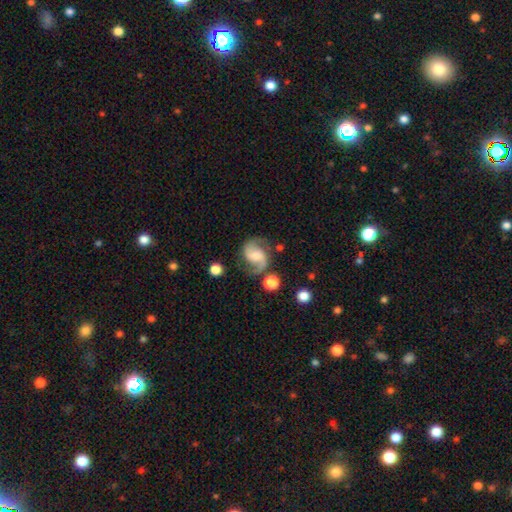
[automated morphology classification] A featured or disk galaxy (85%) with no bar (48%), 2 (92%) medium (54%) spiral arms (97%) and a moderate central bulge (41%).

Vote fractions:
- Smooth or featured? featured or disk: 85% / smooth: 9% / star or artifact: 6%
- Edge-on disk? no: 98% / yes: 2%
- Bar? no: 48% / weak: 41% / strong: 11%
- Spiral arms? yes: 97% / no: 3%
- Spiral winding? medium: 54% / loose: 32% / tight: 15%
- Spiral arm count? 2: 92% / 1: 3% / can't tell: 2% / 3: 1% / 4: 1% / more than 4: 1%
- Bulge size? moderate: 41% / small: 32% / none: 13% / large: 12% / dominant: 2%
- Merging? none: 72% / minor disturbance: 16% / major disturbance: 7% / merger: 4%